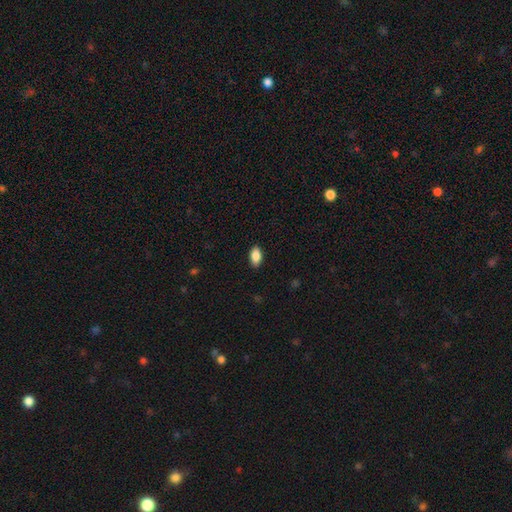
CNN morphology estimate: Smooth or featured? Predicted: smooth (p=0.86). How rounded? Predicted: in between (p=0.92). Merging? Predicted: none (p=0.88).